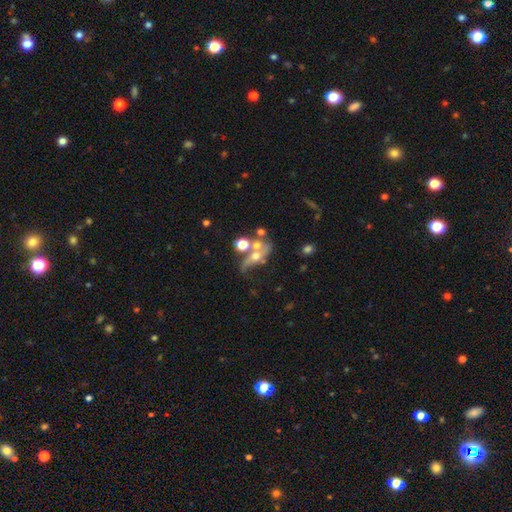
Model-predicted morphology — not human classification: This appears to be a featured or disk galaxy (51%). Merging: merger (43%).